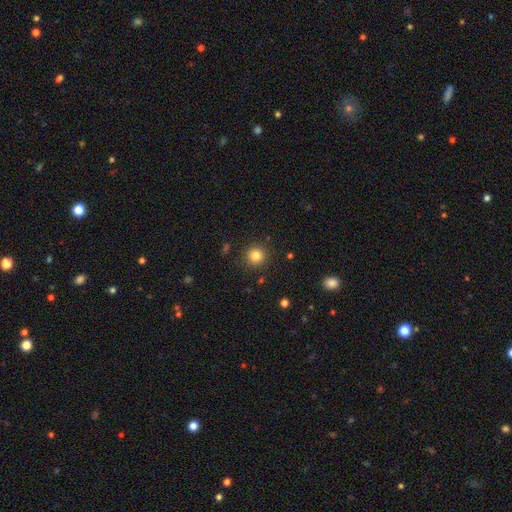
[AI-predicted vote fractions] Overall: smooth (83%). How rounded: round (94%). Merging: none (90%).